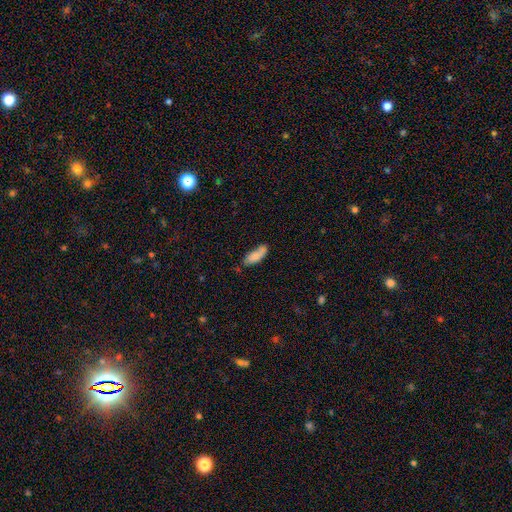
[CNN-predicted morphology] This appears to be a smooth galaxy with no disk features (81%) that is in between round and cigar-shaped (66%). Merging: none (56%).